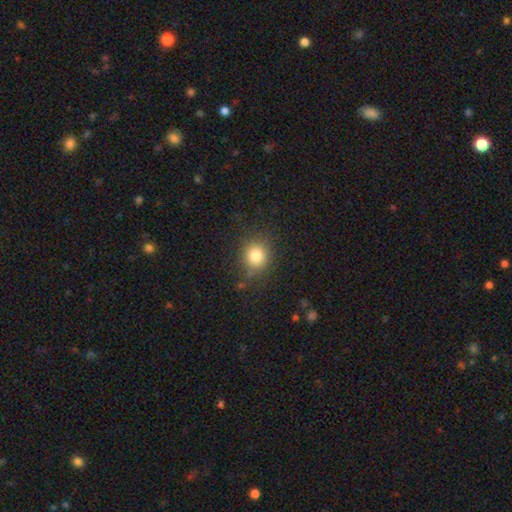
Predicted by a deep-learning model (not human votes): The model was most divided on "how rounded": round: 82%, in between: 17%, cigar-shaped: 1%. More confident: merging — none (81%); smooth or featured — smooth (81%).